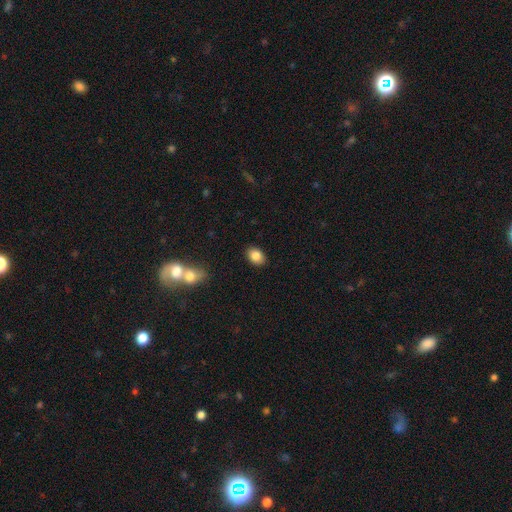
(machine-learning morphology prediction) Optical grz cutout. It shows a smooth galaxy with no disk features (85%) that is in between round and cigar-shaped (71%). Merging: none (88%).